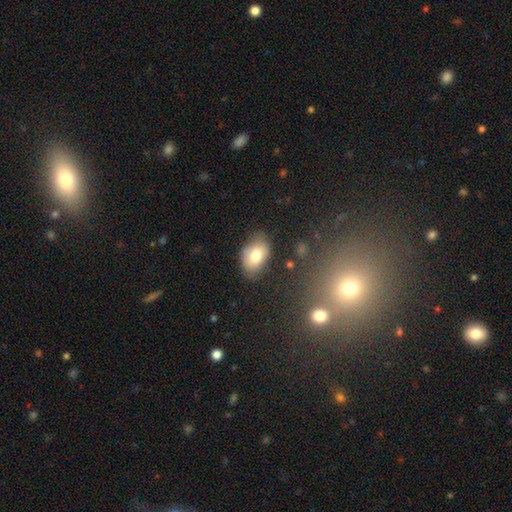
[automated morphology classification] Q: Smooth or featured?
A: smooth (78%); runner-up: featured or disk (14%)
Q: How rounded?
A: in between (86%); runner-up: round (13%)
Q: Merging?
A: none (73%); runner-up: minor disturbance (19%)